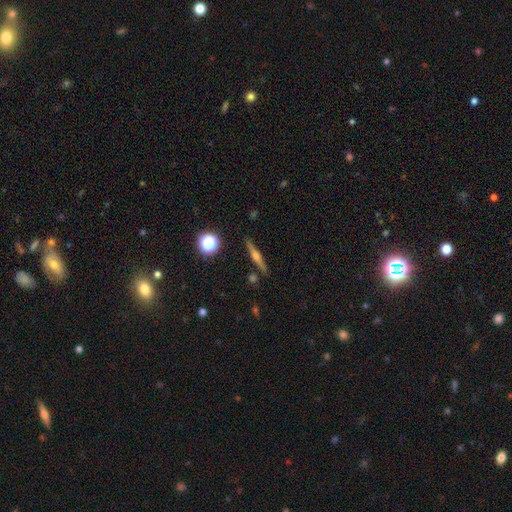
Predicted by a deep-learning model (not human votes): A featured or disk galaxy (67%) viewed edge-on (97%) with a rounded central bulge (85%).

Vote fractions:
- Smooth or featured? featured or disk: 67% / smooth: 23% / star or artifact: 10%
- Edge-on disk? yes: 97% / no: 3%
- Edge-on bulge? rounded: 85% / boxy: 9% / none: 7%
- Merging? none: 89% / minor disturbance: 7% / merger: 2% / major disturbance: 2%